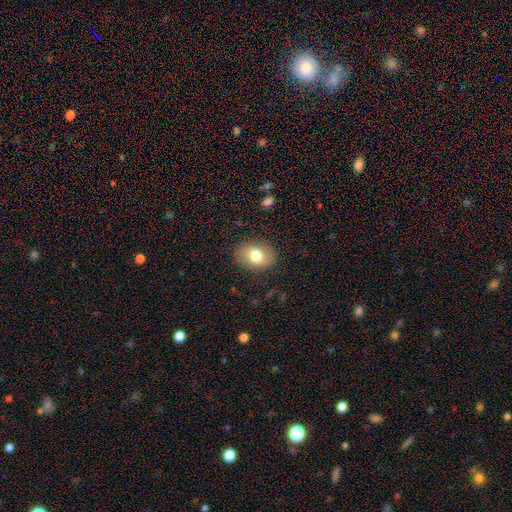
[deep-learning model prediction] Smooth or featured? smooth (75%)
How rounded? in between (72%)
Merging? none (85%)